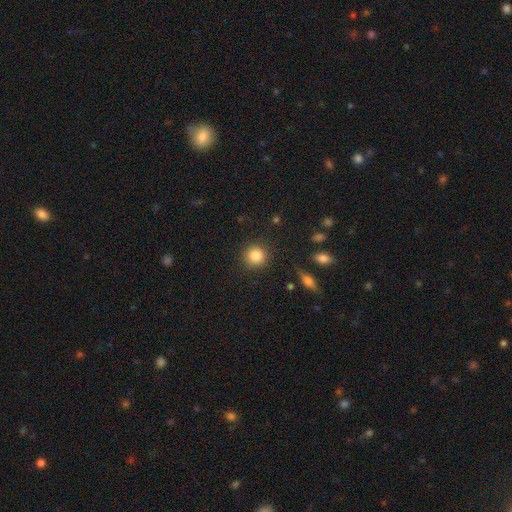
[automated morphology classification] This appears to be a smooth galaxy with no disk features (86%) that is round (92%). Merging: none (89%).